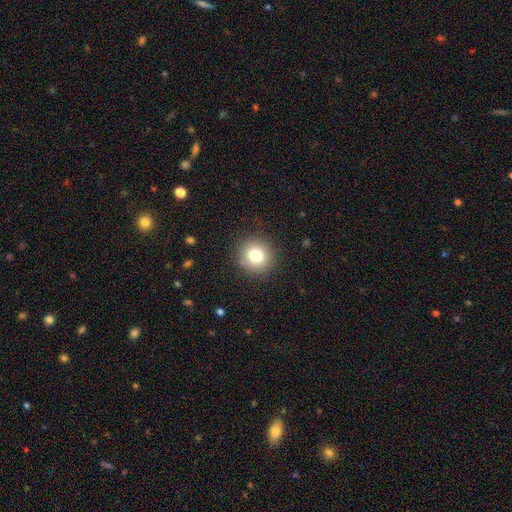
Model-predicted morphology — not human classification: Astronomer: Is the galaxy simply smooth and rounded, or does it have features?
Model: smooth — 78%.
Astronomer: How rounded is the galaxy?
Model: round — 91%.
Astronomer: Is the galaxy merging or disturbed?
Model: none — 89%.